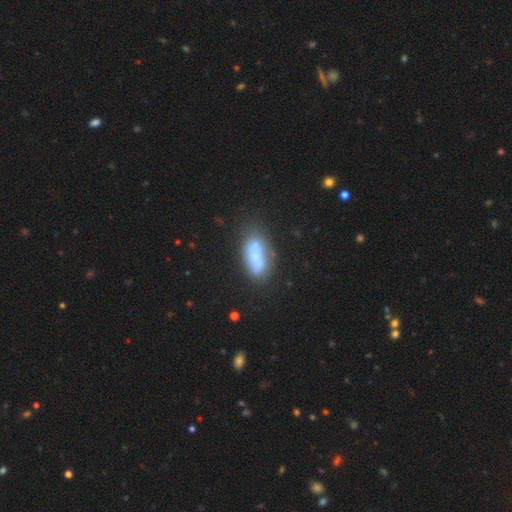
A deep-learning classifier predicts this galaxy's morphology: This appears to be a smooth galaxy with no disk features (57%) that is in between round and cigar-shaped (77%). Merging: none (51%).